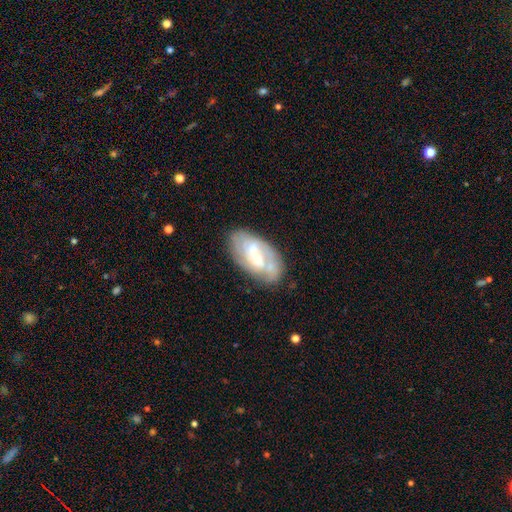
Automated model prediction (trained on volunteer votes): Overall: featured or disk (69%). Edge-on disk: no (94%). Bar: weak (45%; strong 39%). Spiral arms: yes (75%). Bulge size: small (50%; moderate 35%). Merging: none (68%).